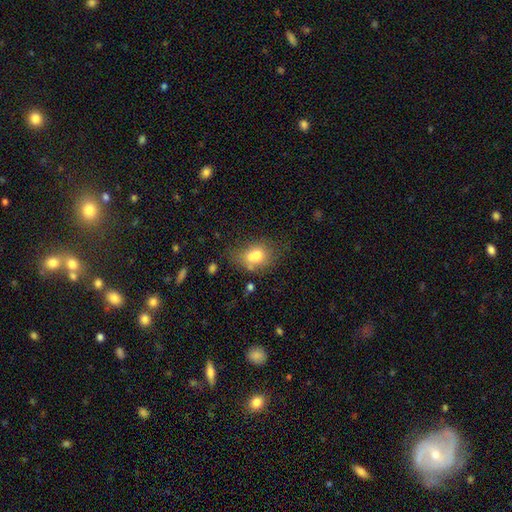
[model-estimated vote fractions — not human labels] Smooth or featured: smooth — 69% (featured or disk — 19%)
How rounded: in between — 53% (round — 46%)
Merging: none — 39% (merger — 34%)